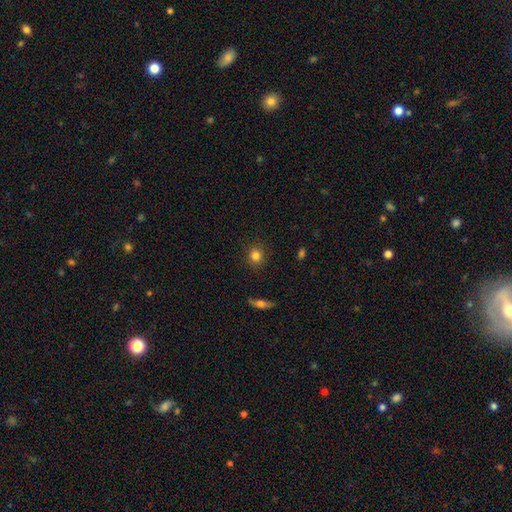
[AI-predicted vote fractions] Morphology: type=smooth (83%); roundness=round (85%); merging=none (89%).